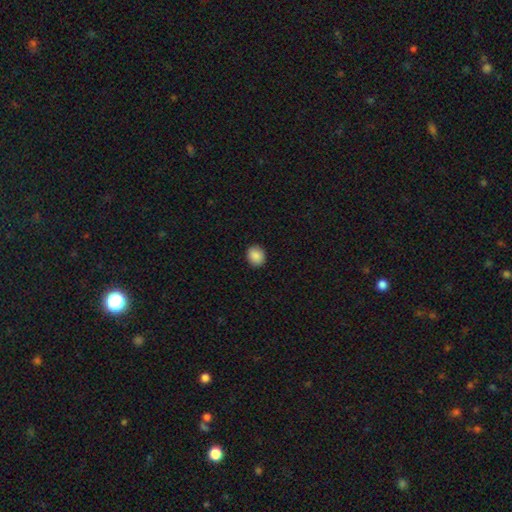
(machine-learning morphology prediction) smooth_or_featured: smooth (p=0.88) [alt: star or artifact p=0.08]
how_rounded: round (p=0.71) [alt: in between p=0.28]
merging: none (p=0.91) [alt: minor disturbance p=0.06]